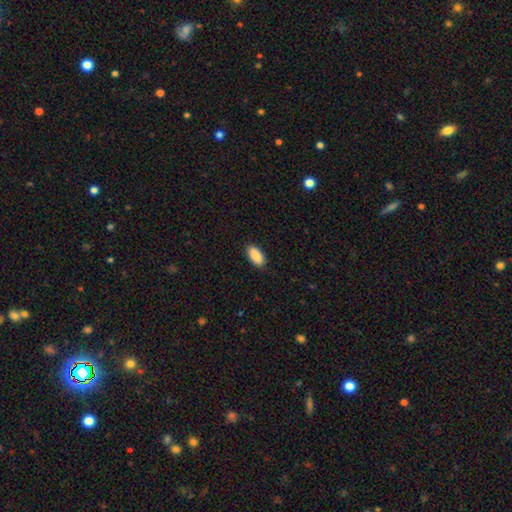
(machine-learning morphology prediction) A smooth galaxy with no disk features (89%) that is in between round and cigar-shaped (93%).

Vote fractions:
- Smooth or featured? smooth: 89% / star or artifact: 6% / featured or disk: 5%
- How rounded? in between: 93% / cigar-shaped: 5% / round: 2%
- Merging? none: 89% / minor disturbance: 8% / major disturbance: 2% / merger: 1%